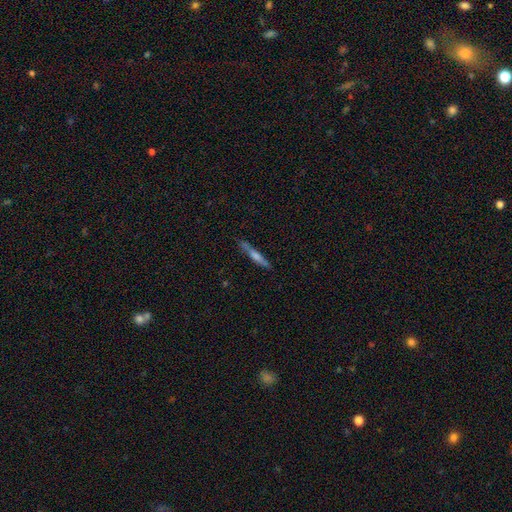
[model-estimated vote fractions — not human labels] smooth-or-featured: featured or disk: 62% | smooth: 31% | star or artifact: 8%
  disk-edge-on: yes: 96% | no: 4%
    edge-on-bulge: rounded: 65% | none: 20% | boxy: 14%
  merging: none: 86% | minor disturbance: 11% | major disturbance: 2% | merger: 2%